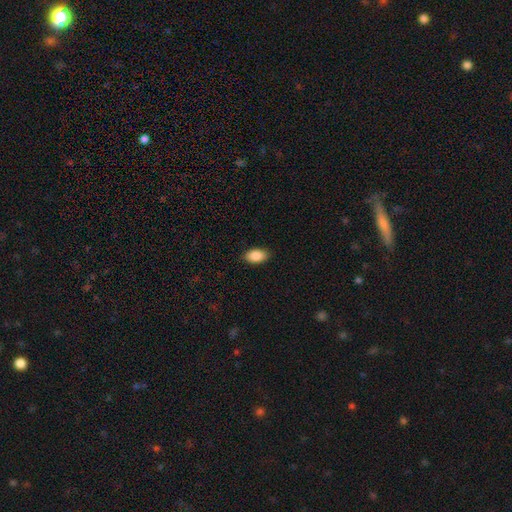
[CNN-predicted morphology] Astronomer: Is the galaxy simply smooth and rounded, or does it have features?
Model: smooth — 88%.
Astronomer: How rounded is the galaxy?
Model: in between — 94%.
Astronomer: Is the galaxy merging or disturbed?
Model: none — 89%.